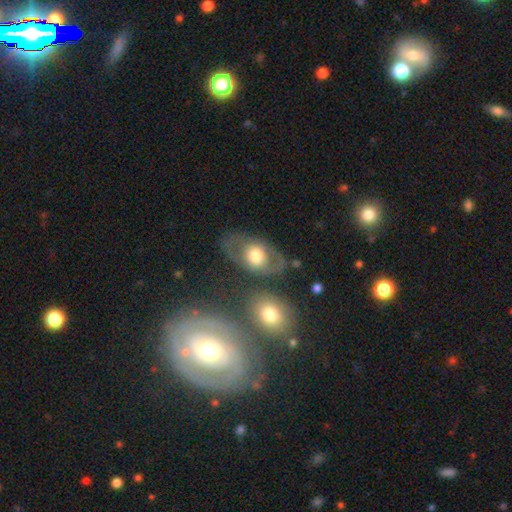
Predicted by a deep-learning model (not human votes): Morphology: type=smooth (47%); merging=none (67%).